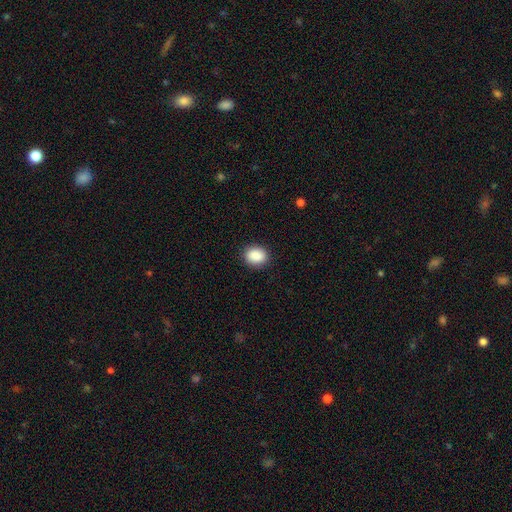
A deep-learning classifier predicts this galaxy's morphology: smooth-or-featured: smooth: 89% | star or artifact: 8% | featured or disk: 3%
  how-rounded: in between: 53% | round: 46% | cigar-shaped: 1%
  merging: none: 89% | minor disturbance: 8% | major disturbance: 2% | merger: 1%